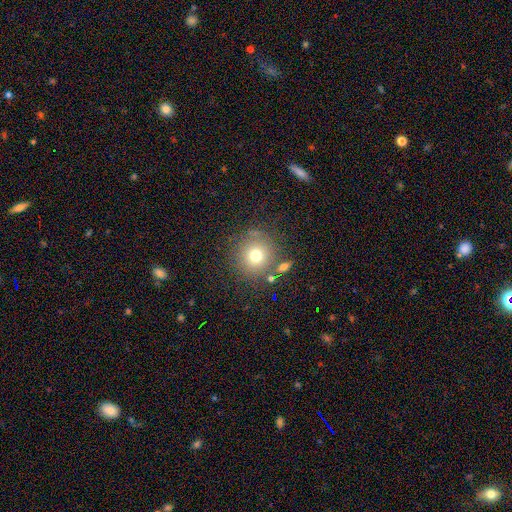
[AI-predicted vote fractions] Q: Smooth or featured?
A: smooth (72%); runner-up: star or artifact (15%)
Q: How rounded?
A: round (92%); runner-up: in between (7%)
Q: Merging?
A: none (78%); runner-up: minor disturbance (10%)